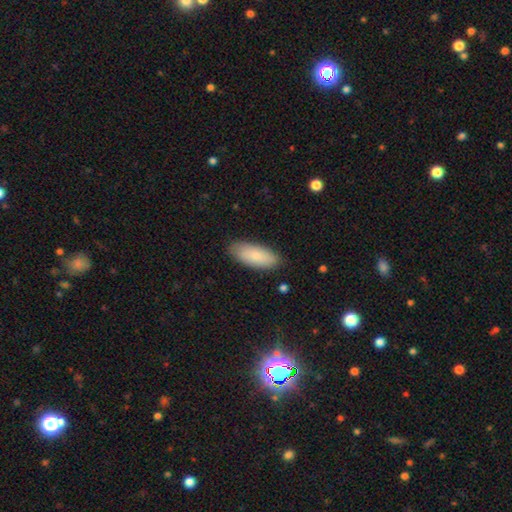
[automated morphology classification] Smooth or featured: smooth — 81% (featured or disk — 13%)
How rounded: in between — 83% (cigar-shaped — 15%)
Merging: none — 84% (minor disturbance — 13%)